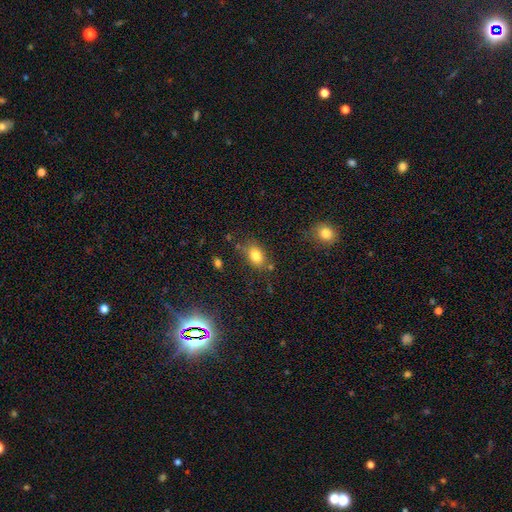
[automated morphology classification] smooth_or_featured: smooth (p=0.81) [alt: star or artifact p=0.10]
how_rounded: in between (p=0.80) [alt: round p=0.18]
merging: none (p=0.74) [alt: minor disturbance p=0.16]